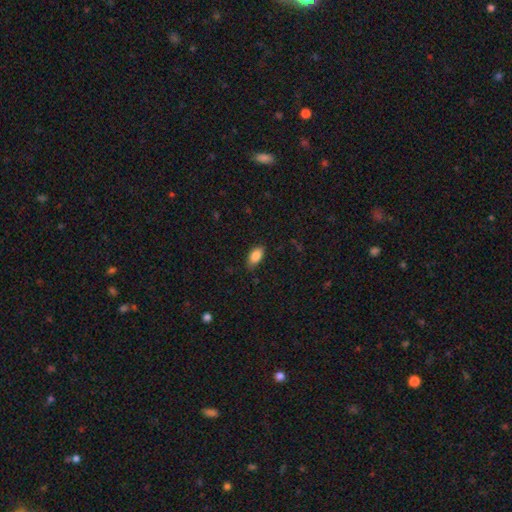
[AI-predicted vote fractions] This appears to be a smooth galaxy with no disk features (85%) that is in between round and cigar-shaped (92%). Merging: none (82%).